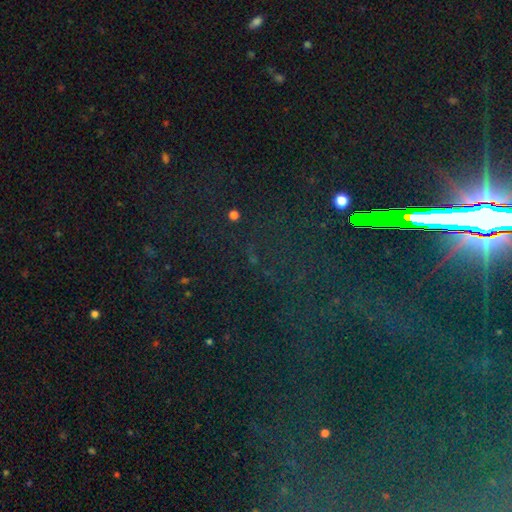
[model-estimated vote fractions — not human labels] The model was most divided on "smooth or featured": star or artifact: 83%, featured or disk: 8%, smooth: 8%.